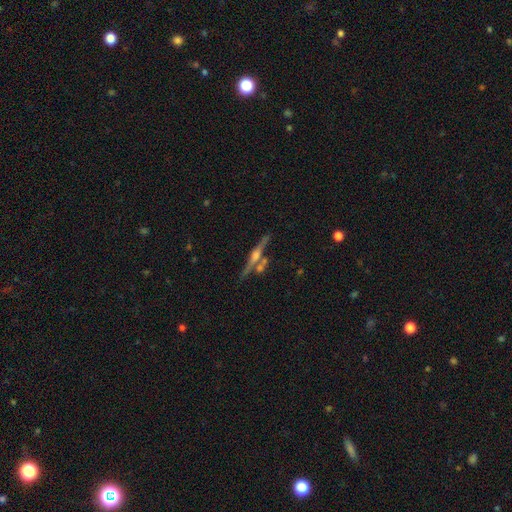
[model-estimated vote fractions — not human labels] Smooth or featured?
  - featured or disk: 78% *
  - smooth: 14%
  - star or artifact: 7%
Edge-on disk?
  - yes: 97% *
  - no: 3%
Edge-on bulge?
  - rounded: 85% *
  - boxy: 9%
  - none: 6%
Merging?
  - none: 74% *
  - merger: 14%
  - minor disturbance: 10%
  - major disturbance: 3%